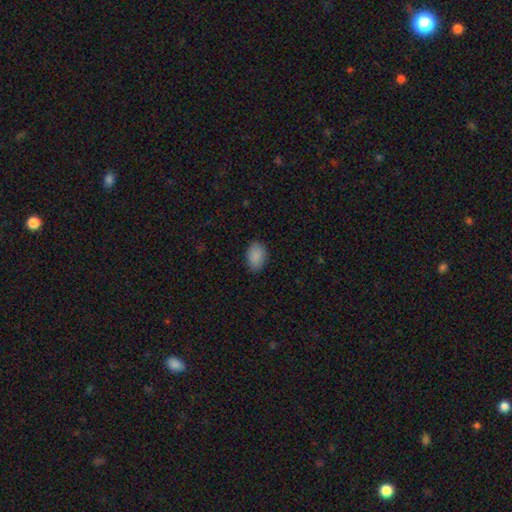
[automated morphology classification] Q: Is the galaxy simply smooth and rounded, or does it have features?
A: smooth — 88%.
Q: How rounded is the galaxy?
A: in between — 86%.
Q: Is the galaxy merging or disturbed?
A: none — 85%.